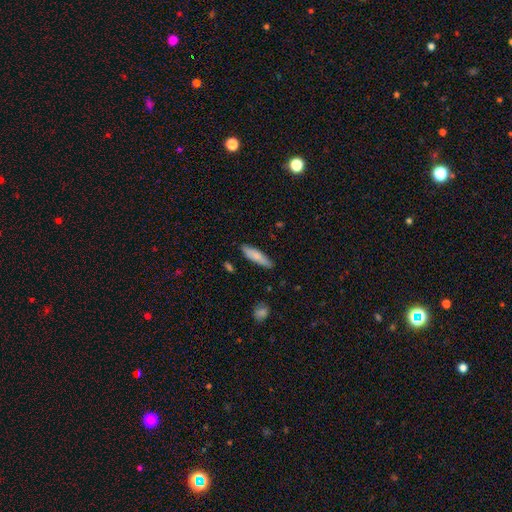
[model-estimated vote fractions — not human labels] A smooth galaxy with no disk features (76%) that is cigar-shaped (68%). Merging: none (81%).